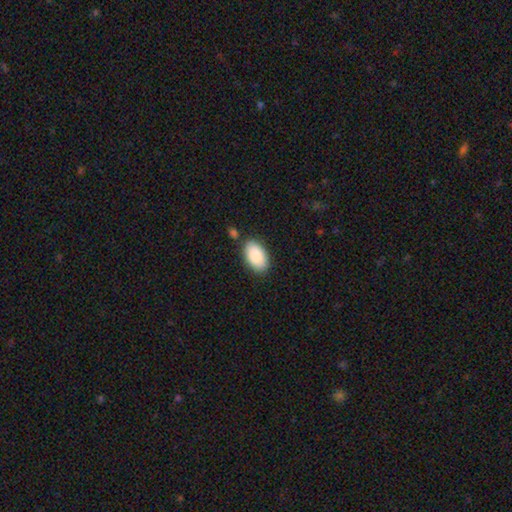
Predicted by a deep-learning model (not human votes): Q: Smooth or featured?
A: smooth (87%); runner-up: featured or disk (7%)
Q: How rounded?
A: in between (95%); runner-up: round (4%)
Q: Merging?
A: none (81%); runner-up: minor disturbance (12%)